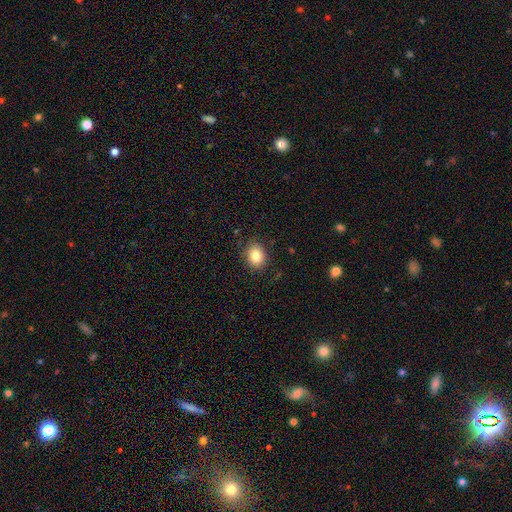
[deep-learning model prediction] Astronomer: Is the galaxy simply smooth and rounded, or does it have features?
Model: smooth — 83%.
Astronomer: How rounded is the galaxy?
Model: round — 57% (runner-up: in between, 42%).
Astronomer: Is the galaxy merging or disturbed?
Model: none — 86%.